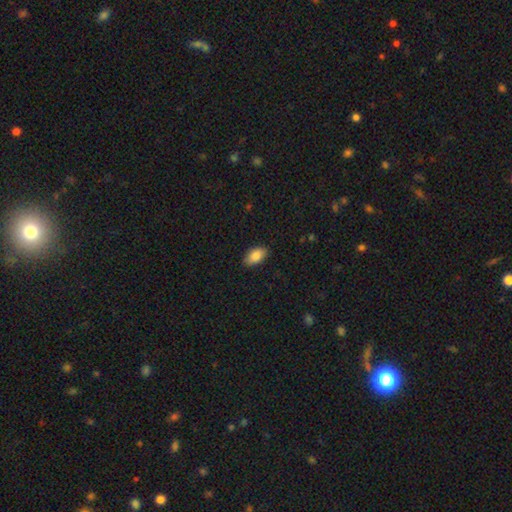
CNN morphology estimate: type=smooth (87%); roundness=in between (93%); merging=none (86%).